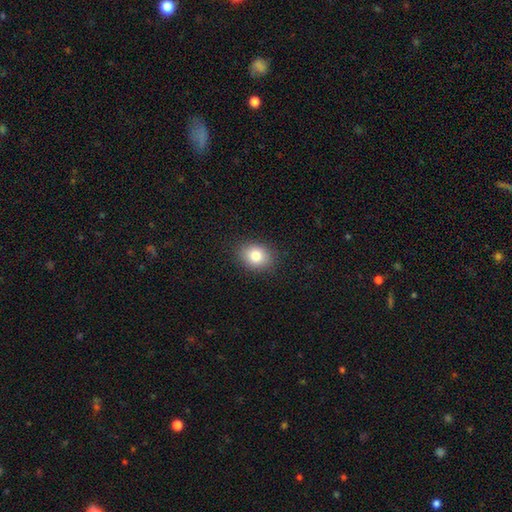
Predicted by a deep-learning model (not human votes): A smooth galaxy with no disk features (83%) that is in between round and cigar-shaped (58%). Merging: none (88%).